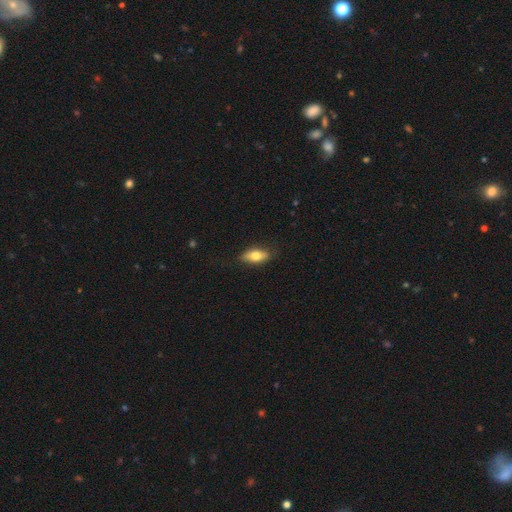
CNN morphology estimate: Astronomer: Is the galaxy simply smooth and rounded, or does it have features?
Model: smooth — 72%.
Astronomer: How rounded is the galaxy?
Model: in between — 81%.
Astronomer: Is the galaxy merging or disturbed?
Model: none — 81%.